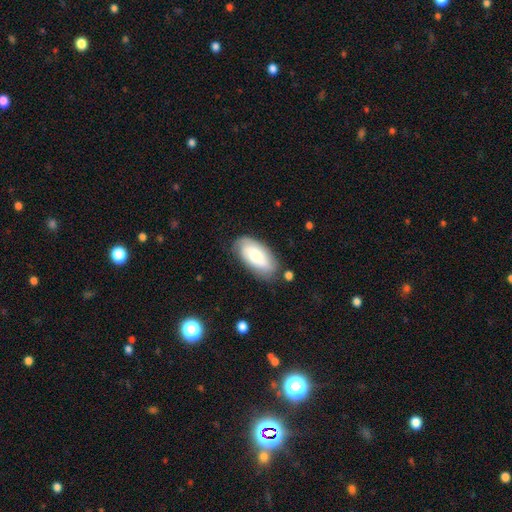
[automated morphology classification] Smooth or featured?
  - smooth: 67% *
  - featured or disk: 27%
  - star or artifact: 6%
How rounded?
  - in between: 93% *
  - cigar-shaped: 4%
  - round: 3%
Merging?
  - none: 74% *
  - minor disturbance: 19%
  - major disturbance: 5%
  - merger: 3%